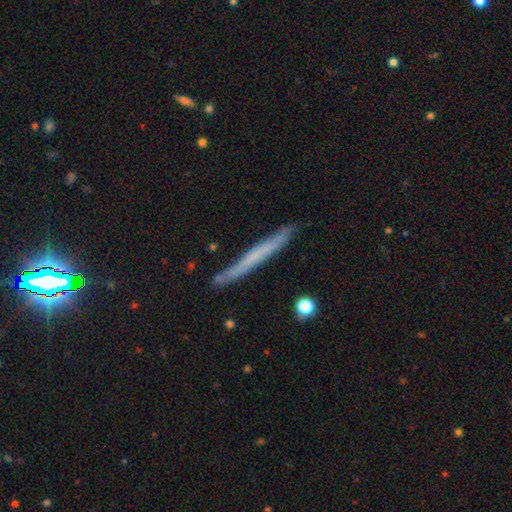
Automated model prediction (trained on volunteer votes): A featured or disk galaxy (47%). Merging: none (85%).